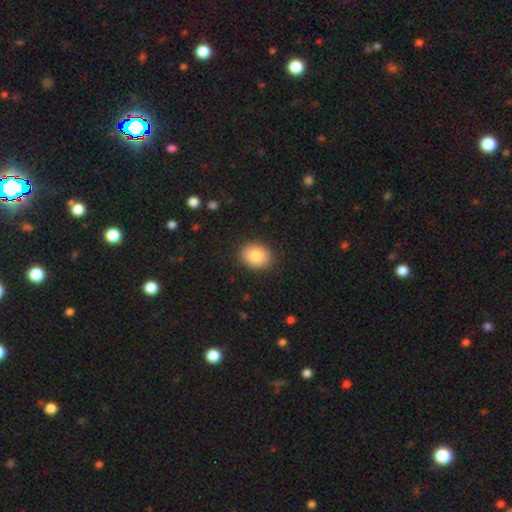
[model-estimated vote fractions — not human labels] Smooth or featured? Predicted: smooth (p=0.84). How rounded? Predicted: round (p=0.54). Merging? Predicted: none (p=0.89).